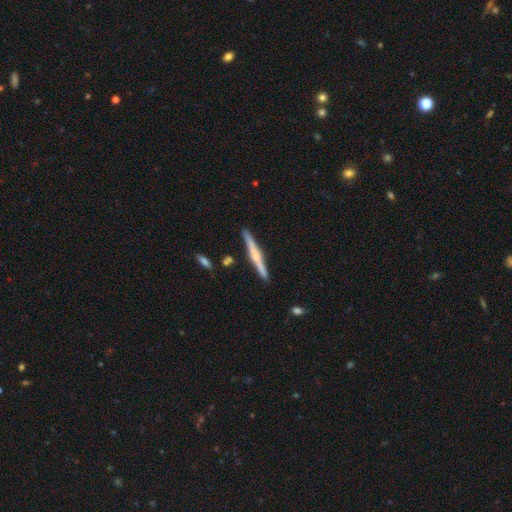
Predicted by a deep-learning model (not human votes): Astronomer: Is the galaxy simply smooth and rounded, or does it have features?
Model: featured or disk — 67%.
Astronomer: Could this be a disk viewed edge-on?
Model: yes — 98%.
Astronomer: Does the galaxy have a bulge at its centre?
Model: rounded — 75%.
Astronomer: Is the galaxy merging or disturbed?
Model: none — 89%.